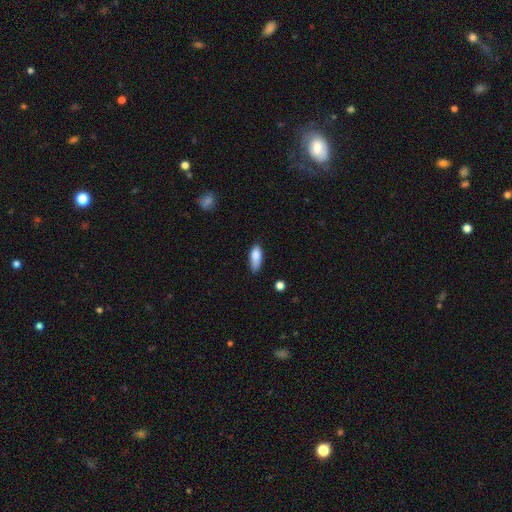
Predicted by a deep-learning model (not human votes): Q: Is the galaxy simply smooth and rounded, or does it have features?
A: smooth — 84%.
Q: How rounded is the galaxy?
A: in between — 80%.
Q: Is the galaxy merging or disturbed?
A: none — 58%.